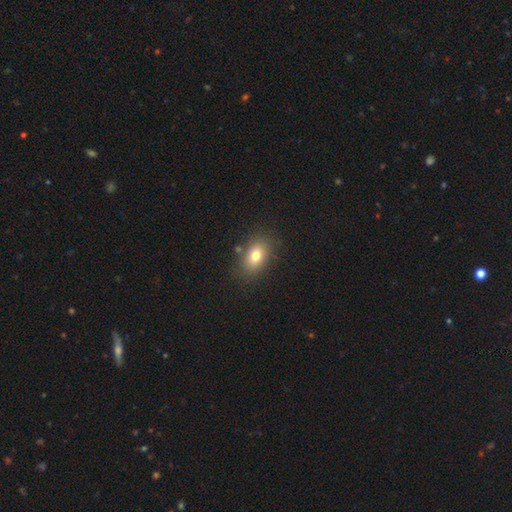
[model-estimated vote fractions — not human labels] Smooth or featured? Predicted: smooth (p=0.77). How rounded? Predicted: in between (p=0.82). Merging? Predicted: none (p=0.81).